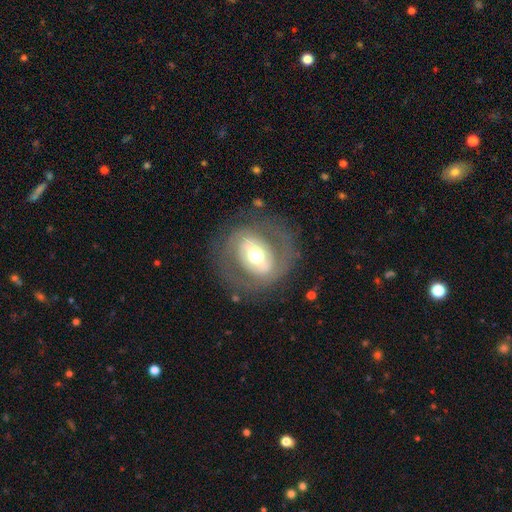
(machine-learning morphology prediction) Smooth or featured?
  - featured or disk: 67% *
  - smooth: 26%
  - star or artifact: 6%
Edge-on disk?
  - no: 93% *
  - yes: 7%
Bar?
  - strong: 50% *
  - weak: 28%
  - no: 22%
Spiral arms?
  - no: 64% *
  - yes: 36%
Bulge size?
  - moderate: 65% *
  - large: 23%
  - small: 9%
  - dominant: 3%
  - none: 1%
Merging?
  - none: 75% *
  - minor disturbance: 13%
  - major disturbance: 11%
  - merger: 1%